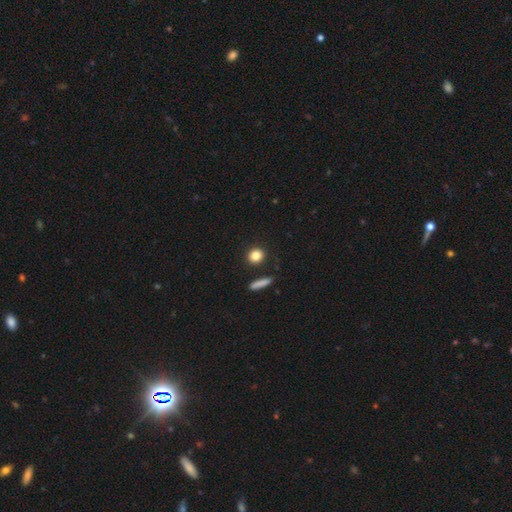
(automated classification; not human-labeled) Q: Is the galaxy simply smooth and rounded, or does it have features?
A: smooth — 85%.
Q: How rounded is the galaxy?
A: round — 78%.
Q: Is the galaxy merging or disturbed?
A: none — 88%.